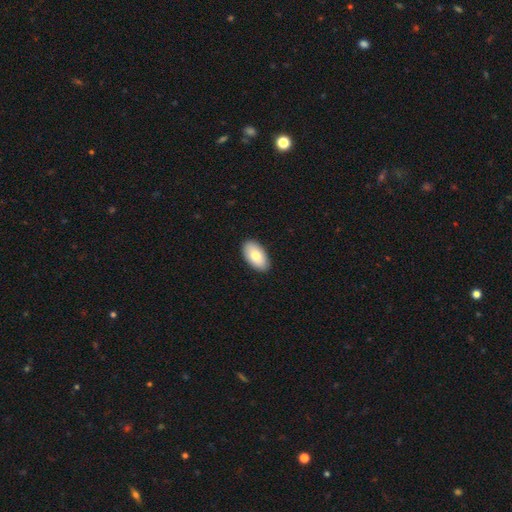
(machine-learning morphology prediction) This is clearly a smooth galaxy (81%). How rounded: clearly in between (95%). Merging: clearly none (90%).